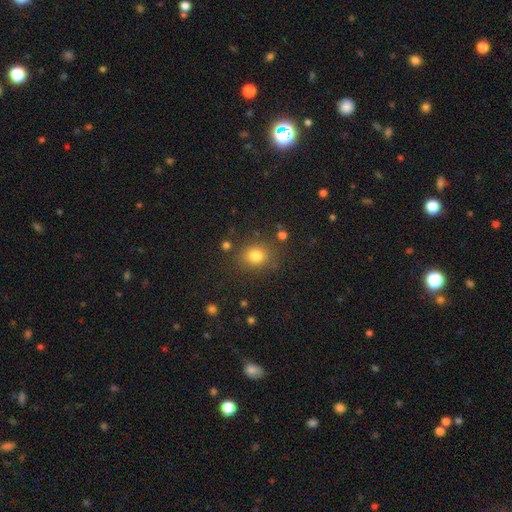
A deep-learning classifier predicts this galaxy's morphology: smooth_or_featured: smooth (p=0.80) [alt: star or artifact p=0.14]
how_rounded: round (p=0.72) [alt: in between p=0.27]
merging: none (p=0.81) [alt: minor disturbance p=0.11]